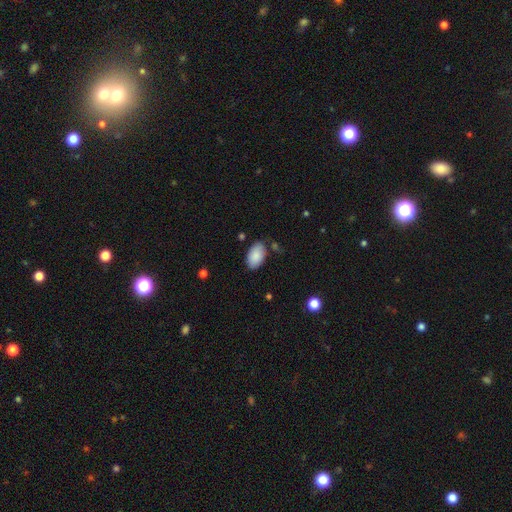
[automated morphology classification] smooth-or-featured: smooth: 88% | star or artifact: 6% | featured or disk: 6%
  how-rounded: in between: 95% | round: 4% | cigar-shaped: 1%
  merging: none: 81% | minor disturbance: 13% | merger: 3% | major disturbance: 3%